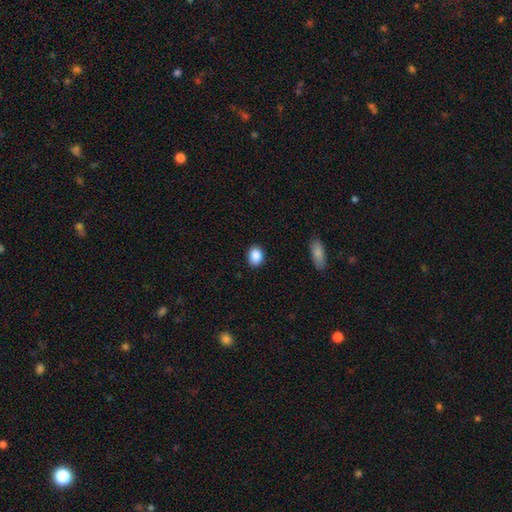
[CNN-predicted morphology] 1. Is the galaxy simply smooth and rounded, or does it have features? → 89% smooth, 8% star or artifact, 4% featured or disk.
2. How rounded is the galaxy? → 62% in between, 37% round, 1% cigar-shaped.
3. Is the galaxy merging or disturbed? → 89% none, 8% minor disturbance, 2% major disturbance, 1% merger.